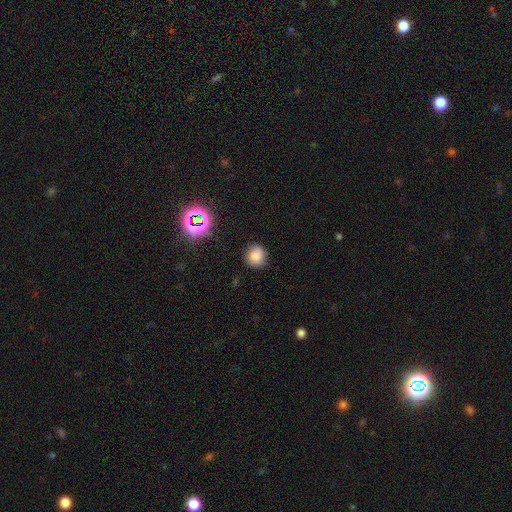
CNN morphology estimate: smooth_or_featured: smooth (p=0.78) [alt: star or artifact p=0.15]
how_rounded: round (p=0.86) [alt: in between p=0.13]
merging: none (p=0.81) [alt: minor disturbance p=0.14]